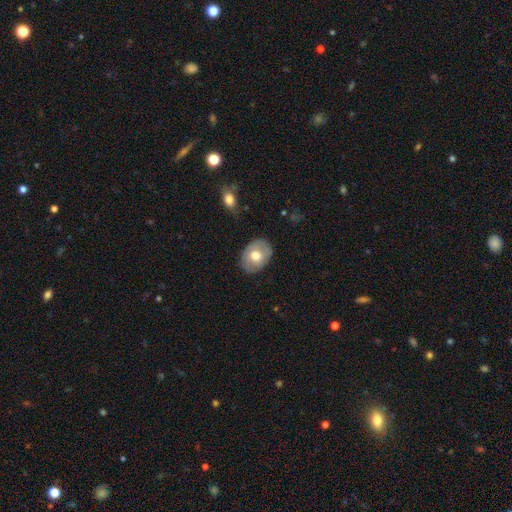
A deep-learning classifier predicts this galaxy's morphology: Smooth or featured? smooth (62%)
How rounded? in between (67%)
Merging? none (81%)